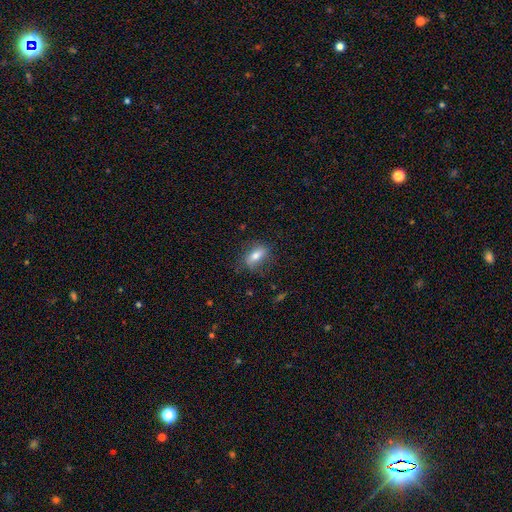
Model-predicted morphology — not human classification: Smooth or featured? smooth (71%)
How rounded? in between (79%)
Merging? none (73%)